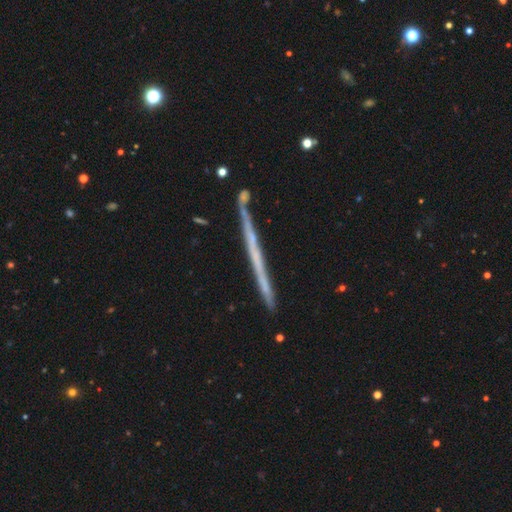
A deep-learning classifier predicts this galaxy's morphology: smooth_or_featured: featured or disk (p=0.65) [alt: smooth p=0.29]
disk_edge_on: yes (p=0.97) [alt: no p=0.03]
edge_on_bulge: none (p=0.90) [alt: rounded p=0.07]
merging: none (p=0.87) [alt: minor disturbance p=0.09]